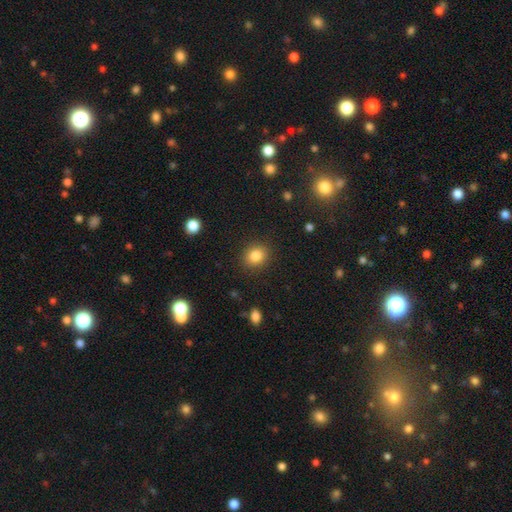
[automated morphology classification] smooth 85%, star or artifact 10%, featured or disk 5%. Down the decision tree: how rounded — round (70%); merging — none (89%).